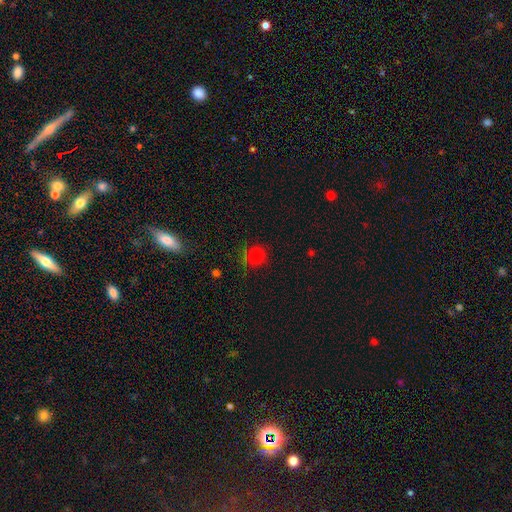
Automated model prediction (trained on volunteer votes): Q: Smooth or featured?
A: smooth (71%); runner-up: star or artifact (23%)
Q: How rounded?
A: round (88%); runner-up: in between (10%)
Q: Merging?
A: none (76%); runner-up: minor disturbance (15%)